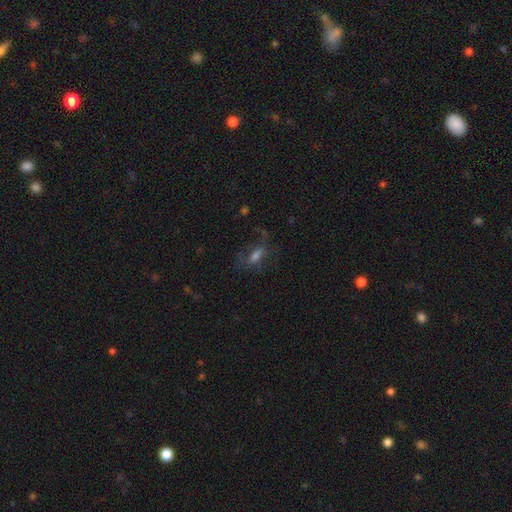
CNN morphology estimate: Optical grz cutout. It shows a smooth galaxy with no disk features (42%). Merging: none (54%).